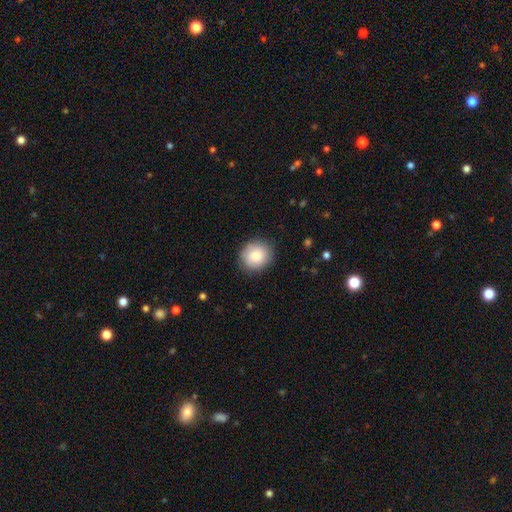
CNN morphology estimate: Smooth or featured? smooth (84%)
How rounded? round (82%)
Merging? none (87%)